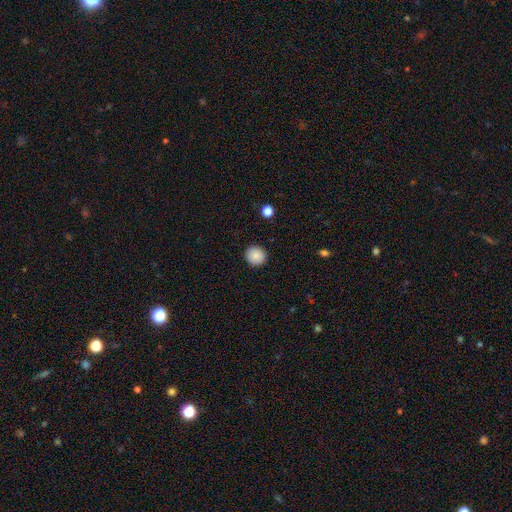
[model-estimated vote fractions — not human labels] Q: Smooth or featured?
A: smooth (88%); runner-up: star or artifact (8%)
Q: How rounded?
A: round (91%); runner-up: in between (8%)
Q: Merging?
A: none (92%); runner-up: minor disturbance (5%)